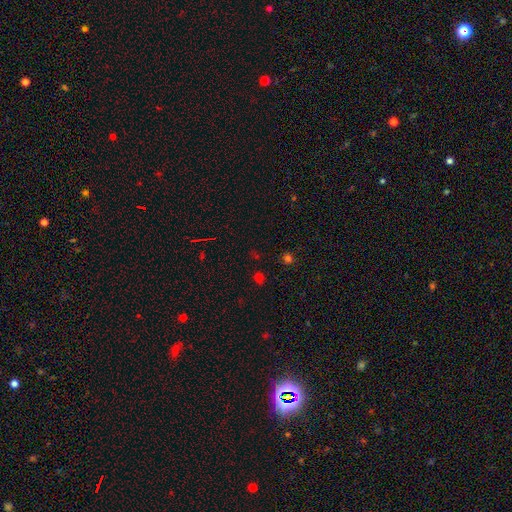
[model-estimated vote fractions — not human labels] smooth-or-featured: star or artifact: 53% | smooth: 40% | featured or disk: 7%